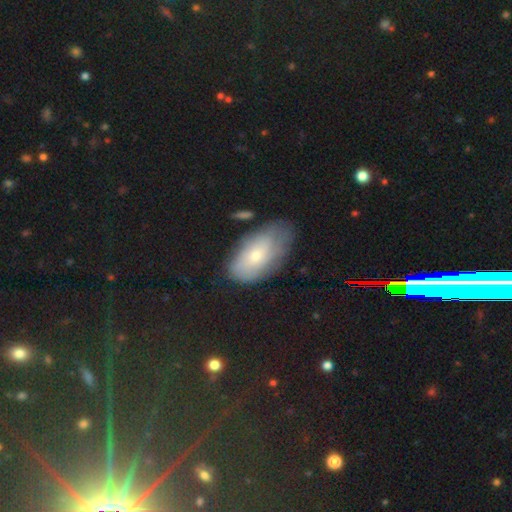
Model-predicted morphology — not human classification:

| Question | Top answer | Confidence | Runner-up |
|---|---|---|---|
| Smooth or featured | smooth | 59% | featured or disk (32%) |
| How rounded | in between | 93% | round (4%) |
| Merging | none | 60% | minor disturbance (28%) |